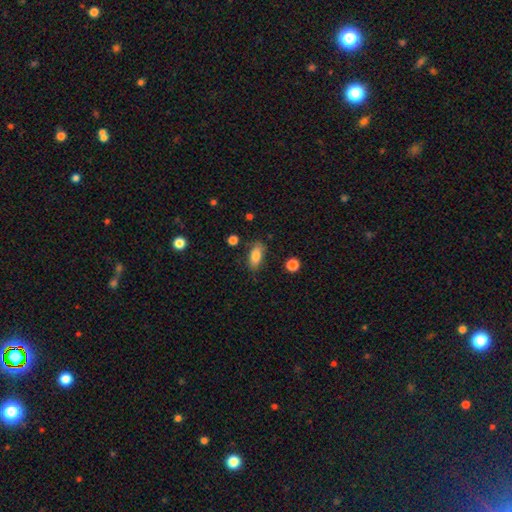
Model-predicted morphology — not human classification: type=smooth (83%); roundness=in between (83%); merging=none (78%).